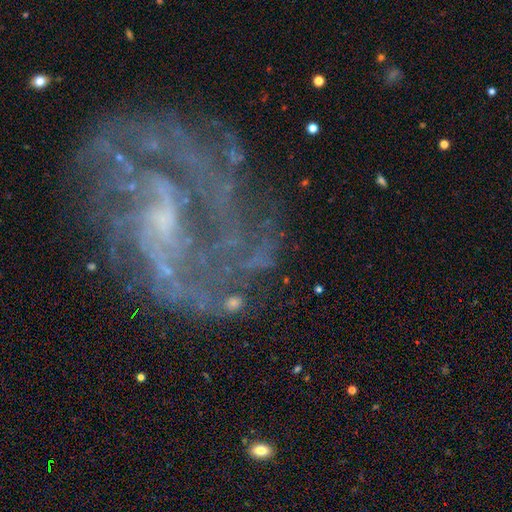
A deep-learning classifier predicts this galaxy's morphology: A featured or disk galaxy (85%) with a weak bar (43%), 2 (26%) medium (45%) spiral arms (92%) and a small central bulge (45%). Merging: none (56%).